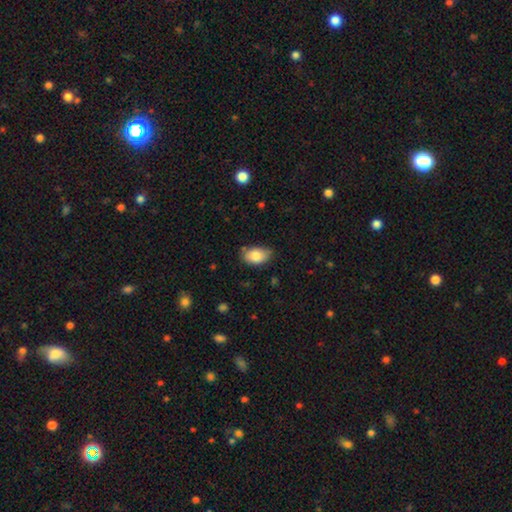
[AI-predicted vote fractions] A smooth galaxy with no disk features (83%) that is in between round and cigar-shaped (87%).

Vote fractions:
- Smooth or featured? smooth: 83% / featured or disk: 10% / star or artifact: 7%
- How rounded? in between: 87% / round: 11% / cigar-shaped: 1%
- Merging? none: 74% / minor disturbance: 21% / major disturbance: 3% / merger: 2%